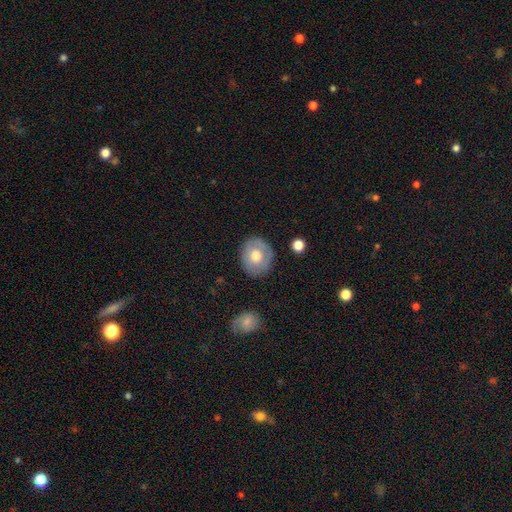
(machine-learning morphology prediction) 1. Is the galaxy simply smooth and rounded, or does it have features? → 65% smooth, 28% featured or disk, 7% star or artifact.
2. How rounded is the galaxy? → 67% round, 32% in between, 1% cigar-shaped.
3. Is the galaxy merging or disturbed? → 82% none, 13% minor disturbance, 3% major disturbance, 2% merger.